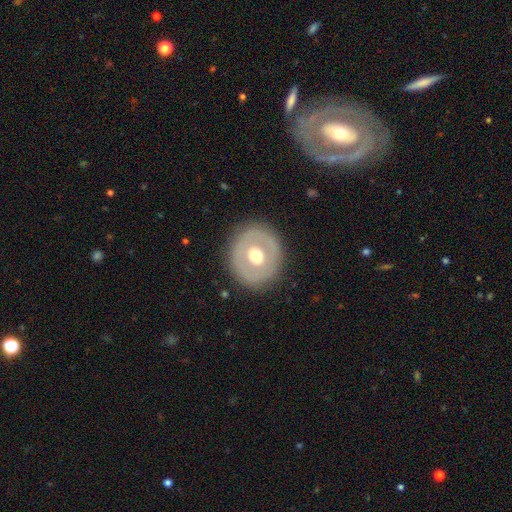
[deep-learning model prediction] Smooth or featured? Predicted: featured or disk (p=0.50). Merging? Predicted: none (p=0.85).